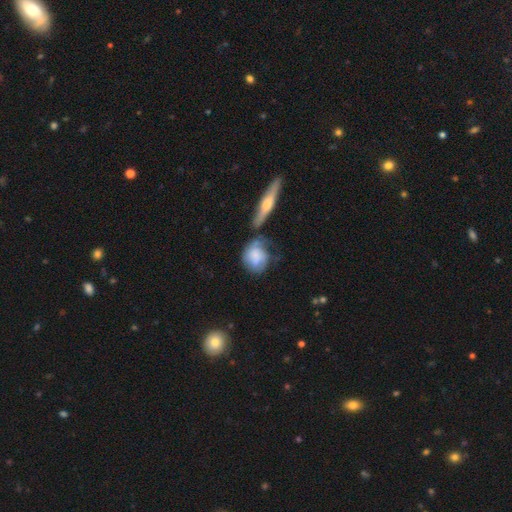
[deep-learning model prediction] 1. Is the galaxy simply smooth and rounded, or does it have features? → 62% smooth, 31% featured or disk, 7% star or artifact.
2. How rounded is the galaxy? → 54% round, 42% in between, 4% cigar-shaped.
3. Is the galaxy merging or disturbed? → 39% none, 25% minor disturbance, 21% merger, 15% major disturbance.